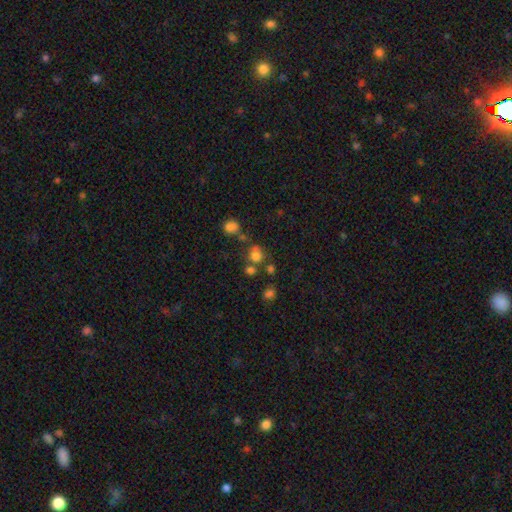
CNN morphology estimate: Smooth or featured: smooth — 74% (star or artifact — 17%)
How rounded: round — 78% (in between — 21%)
Merging: none — 60% (merger — 20%)